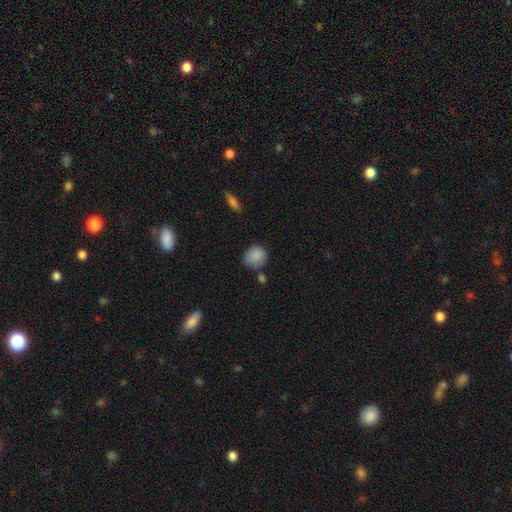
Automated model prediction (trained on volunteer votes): A smooth galaxy with no disk features (87%) that is round (77%).

Vote fractions:
- Smooth or featured? smooth: 87% / star or artifact: 8% / featured or disk: 5%
- How rounded? round: 77% / in between: 21% / cigar-shaped: 1%
- Merging? none: 69% / minor disturbance: 19% / merger: 8% / major disturbance: 4%